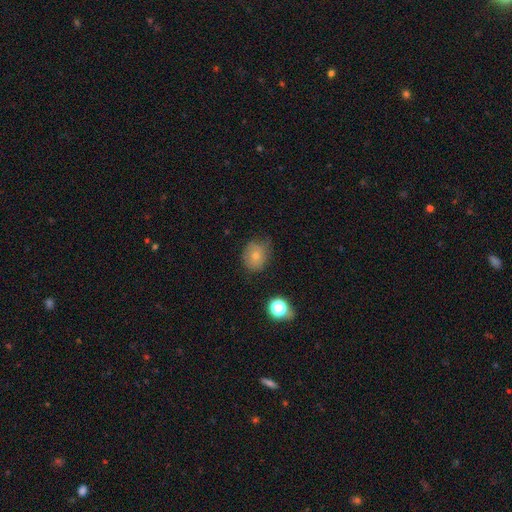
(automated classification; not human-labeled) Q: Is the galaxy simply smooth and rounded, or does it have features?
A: smooth — 72%.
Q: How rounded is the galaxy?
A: round — 61%.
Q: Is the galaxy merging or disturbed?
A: none — 57%.